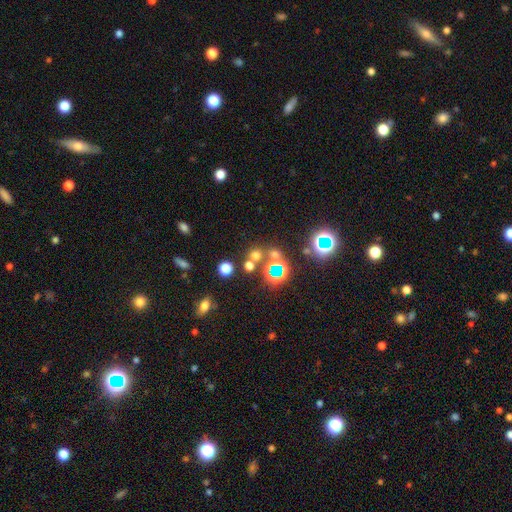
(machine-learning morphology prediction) Smooth or featured?
  - smooth: 54% *
  - star or artifact: 37%
  - featured or disk: 9%
How rounded?
  - round: 86% *
  - in between: 12%
  - cigar-shaped: 1%
Merging?
  - none: 67% *
  - merger: 20%
  - minor disturbance: 8%
  - major disturbance: 4%